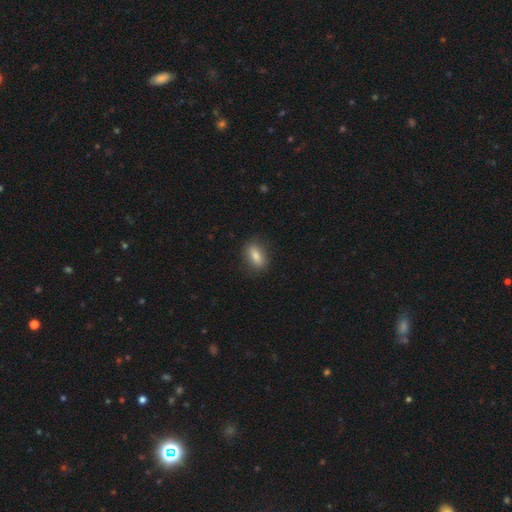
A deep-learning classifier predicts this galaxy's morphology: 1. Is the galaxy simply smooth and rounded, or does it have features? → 79% smooth, 12% featured or disk, 8% star or artifact.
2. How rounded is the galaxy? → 78% in between, 13% cigar-shaped, 9% round.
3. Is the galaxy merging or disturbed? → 84% none, 12% minor disturbance, 3% major disturbance, 1% merger.